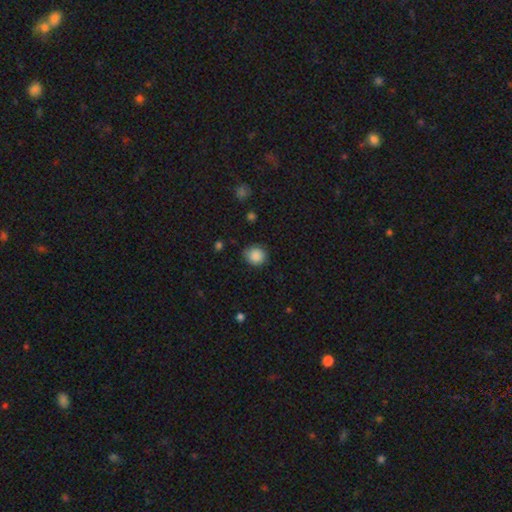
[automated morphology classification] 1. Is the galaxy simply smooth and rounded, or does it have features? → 87% smooth, 8% star or artifact, 4% featured or disk.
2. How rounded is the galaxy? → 87% round, 12% in between, 1% cigar-shaped.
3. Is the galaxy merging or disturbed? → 81% none, 14% minor disturbance, 3% major disturbance, 1% merger.